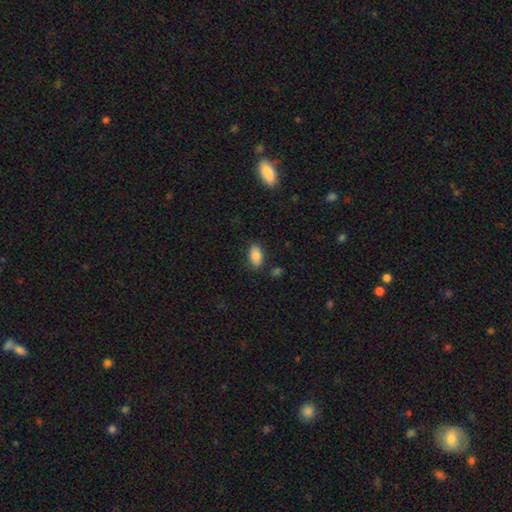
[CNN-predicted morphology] A smooth galaxy with no disk features (84%) that is in between round and cigar-shaped (92%). Merging: none (79%).